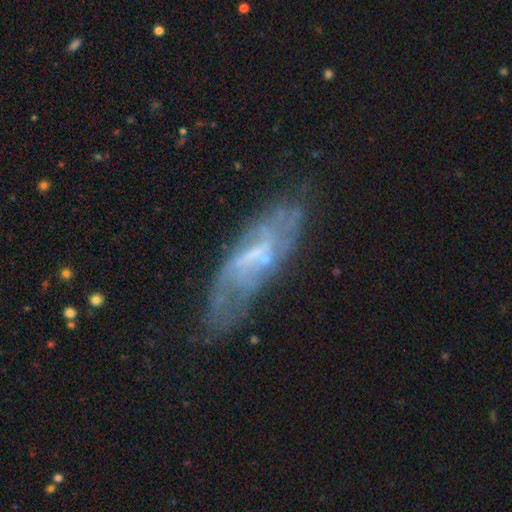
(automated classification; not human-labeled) This is likely a featured or disk galaxy (66%). It is likely not viewed edge-on (76%). Bar: marginally weak (44%). Spiral arm pattern: possibly yes (53%). Central bulge: marginally small (40%). Merging: possibly none (58%).